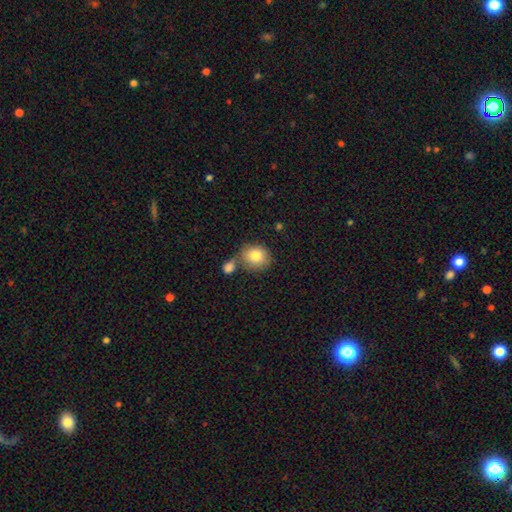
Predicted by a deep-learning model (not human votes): Morphology: type=smooth (81%); roundness=round (76%); merging=none (53%).